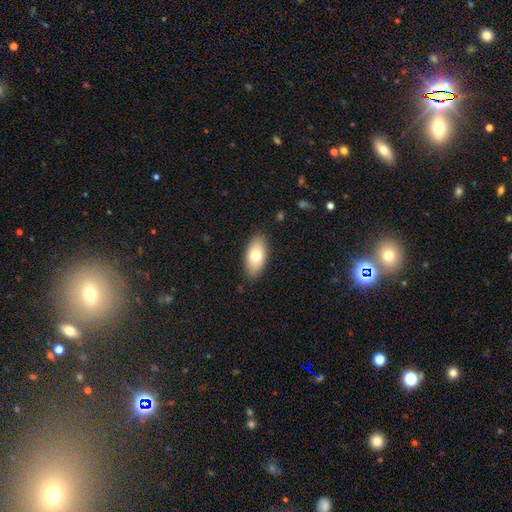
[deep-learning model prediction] Q: Smooth or featured?
A: smooth (72%); runner-up: featured or disk (21%)
Q: How rounded?
A: in between (92%); runner-up: cigar-shaped (5%)
Q: Merging?
A: none (87%); runner-up: minor disturbance (10%)